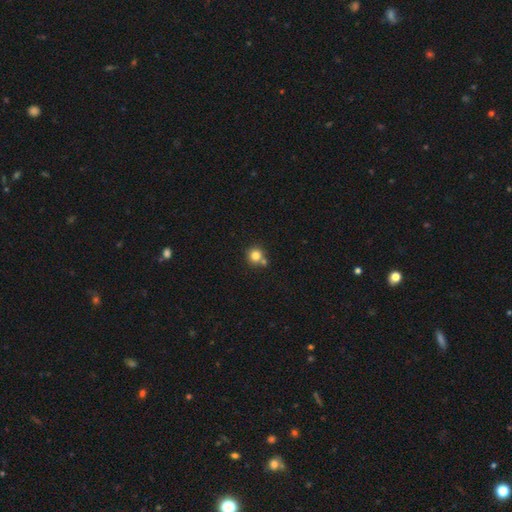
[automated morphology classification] type=smooth (81%); roundness=round (93%); merging=none (65%).